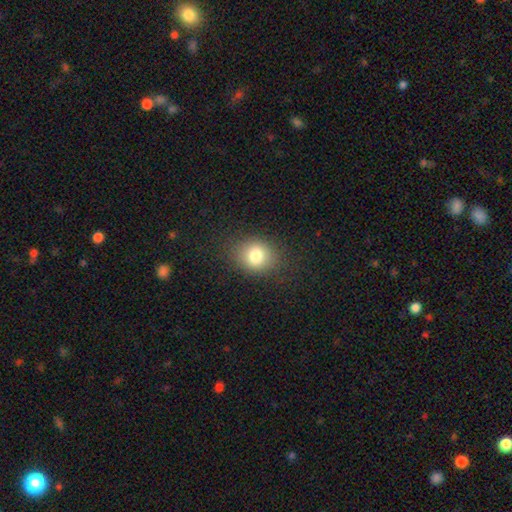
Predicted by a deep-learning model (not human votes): This appears to be a smooth galaxy with no disk features (80%) that is round (62%). Merging: none (85%).